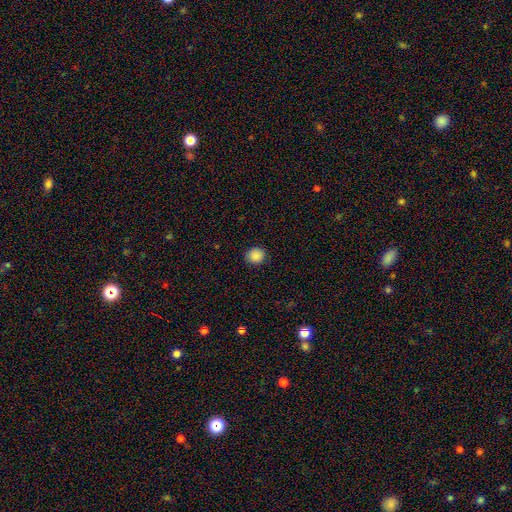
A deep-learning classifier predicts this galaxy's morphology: smooth-or-featured: smooth: 88% | star or artifact: 9% | featured or disk: 3%
  how-rounded: round: 86% | in between: 13% | cigar-shaped: 1%
  merging: none: 89% | minor disturbance: 8% | major disturbance: 2% | merger: 1%